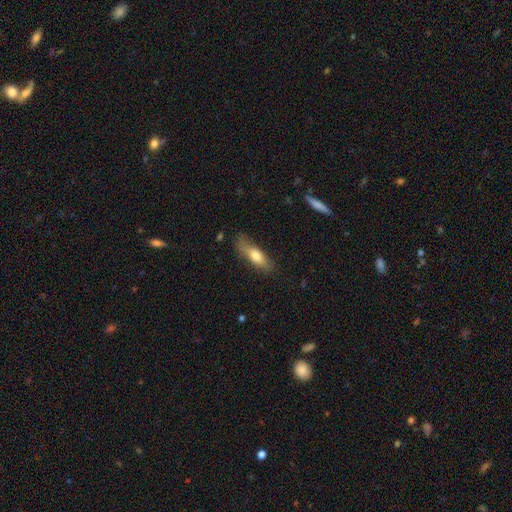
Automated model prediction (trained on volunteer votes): Smooth or featured?
  - smooth: 68% *
  - featured or disk: 25%
  - star or artifact: 7%
How rounded?
  - in between: 49% *
  - cigar-shaped: 48%
  - round: 3%
Merging?
  - none: 63% *
  - minor disturbance: 26%
  - major disturbance: 9%
  - merger: 2%